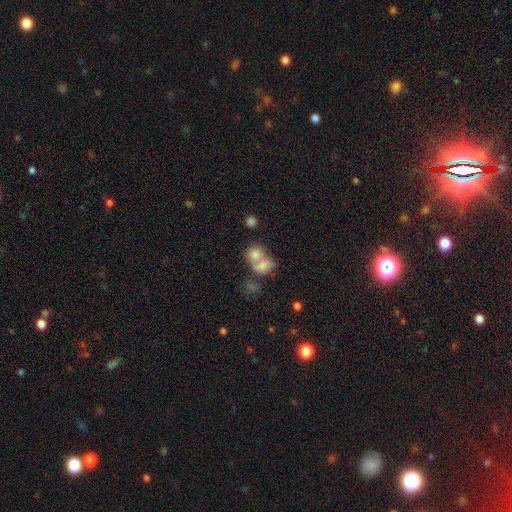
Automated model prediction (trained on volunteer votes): Smooth or featured? Predicted: smooth (p=0.63). How rounded? Predicted: round (p=0.60). Merging? Predicted: merger (p=0.57).